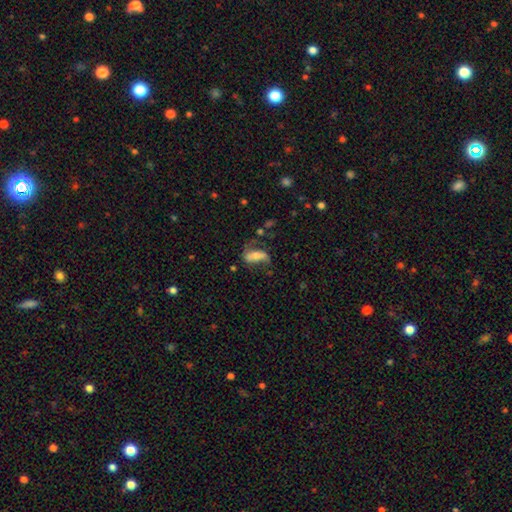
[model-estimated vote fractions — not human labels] Morphology: type=featured or disk (53%); edge-on=no (87%); merging=none (45%).